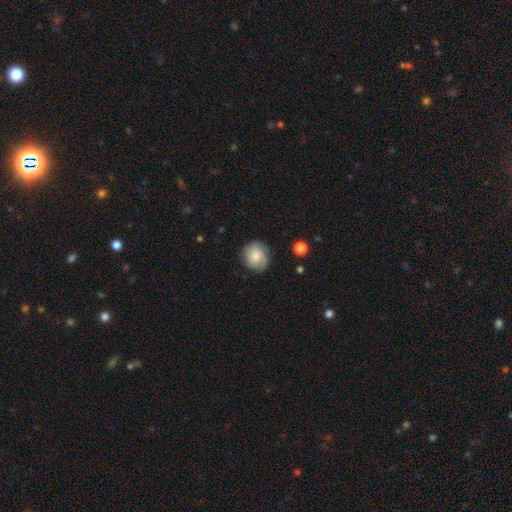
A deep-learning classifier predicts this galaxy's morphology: smooth-or-featured: smooth: 62% | featured or disk: 30% | star or artifact: 8%
  how-rounded: round: 77% | in between: 22% | cigar-shaped: 1%
  merging: none: 78% | minor disturbance: 16% | major disturbance: 5% | merger: 1%